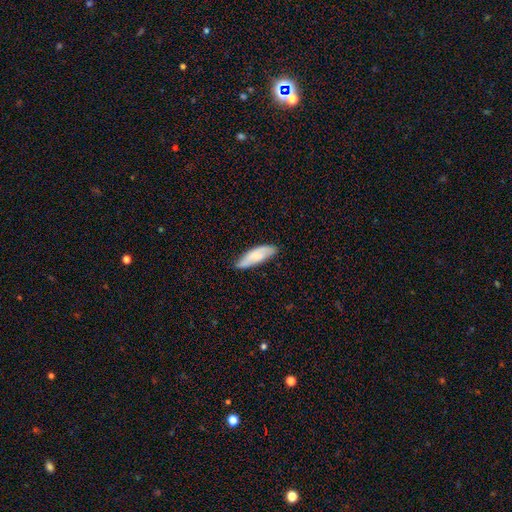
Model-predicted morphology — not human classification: This appears to be a smooth galaxy with no disk features (69%) that is in between round and cigar-shaped (54%). Merging: none (74%).